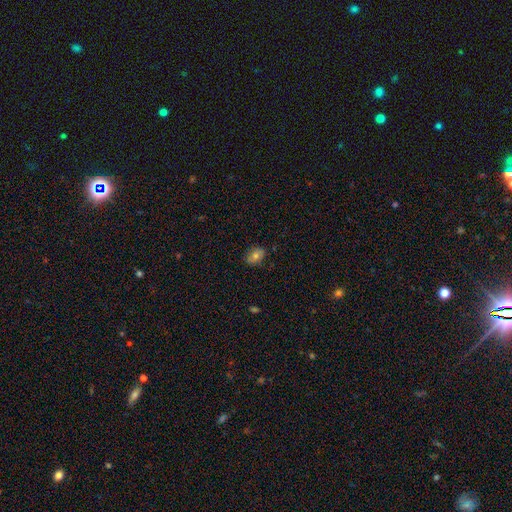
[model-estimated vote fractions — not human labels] A smooth galaxy with no disk features (71%) that is in between round and cigar-shaped (65%). Merging: none (81%).